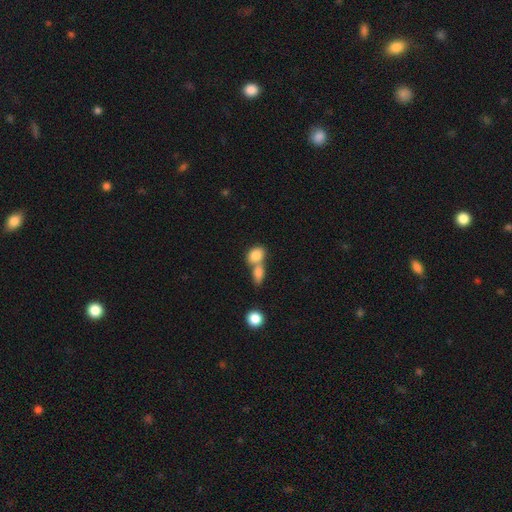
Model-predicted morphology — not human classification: type=smooth (84%); roundness=in between (75%); merging=merger (62%).